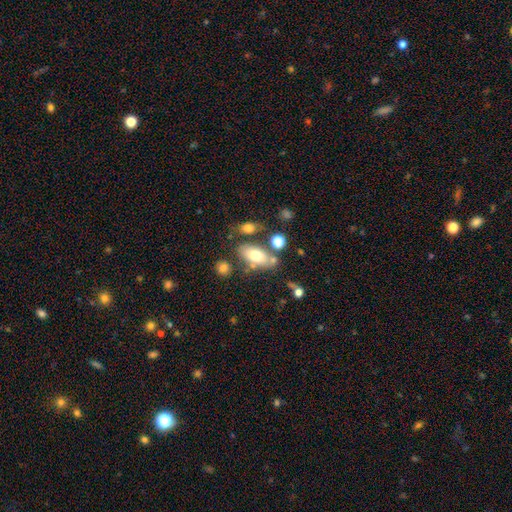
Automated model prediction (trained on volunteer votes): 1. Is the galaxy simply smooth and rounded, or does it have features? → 69% smooth, 23% featured or disk, 9% star or artifact.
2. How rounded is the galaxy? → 88% in between, 6% round, 6% cigar-shaped.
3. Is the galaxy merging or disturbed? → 61% none, 17% minor disturbance, 15% merger, 7% major disturbance.